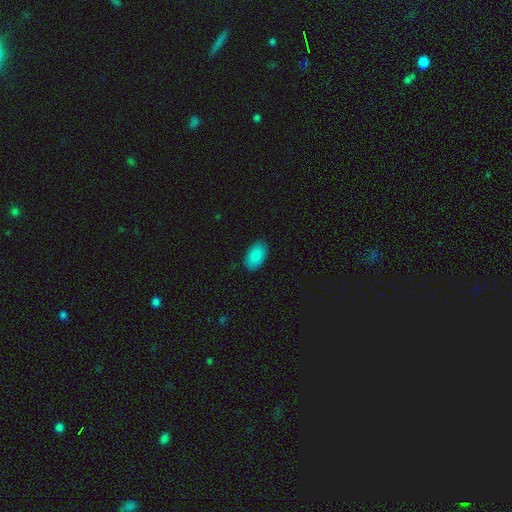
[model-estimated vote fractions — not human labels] Morphology: type=smooth (89%); roundness=in between (94%); merging=none (88%).